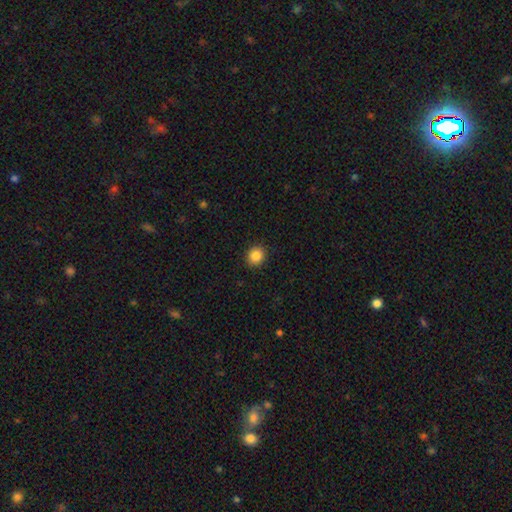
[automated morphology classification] This is clearly a smooth galaxy (87%). How rounded: clearly round (85%). Merging: clearly none (92%).